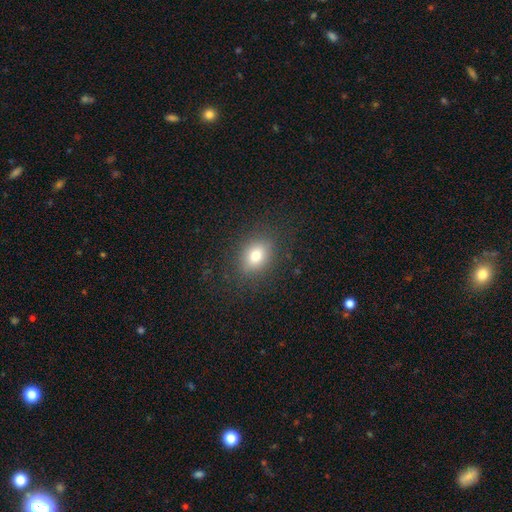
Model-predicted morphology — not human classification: Overall: smooth (76%). How rounded: in between (61%; round 37%). Merging: none (84%).